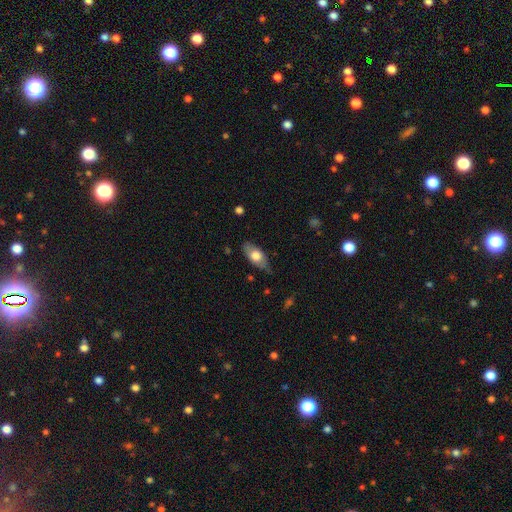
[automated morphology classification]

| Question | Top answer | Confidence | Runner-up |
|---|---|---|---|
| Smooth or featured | smooth | 64% | featured or disk (30%) |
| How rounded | in between | 86% | cigar-shaped (10%) |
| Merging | none | 73% | minor disturbance (22%) |